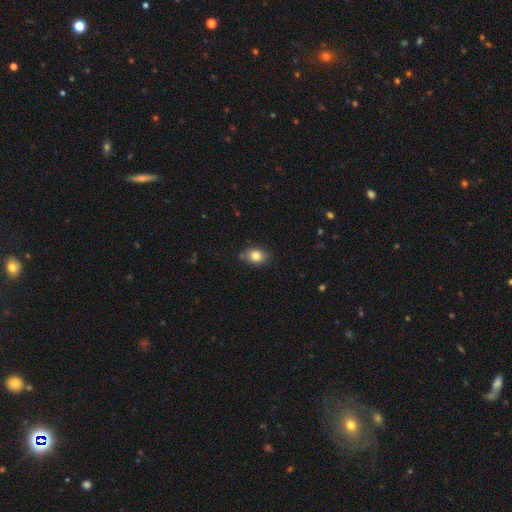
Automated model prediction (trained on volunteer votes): A smooth galaxy with no disk features (82%) that is in between round and cigar-shaped (59%).

Vote fractions:
- Smooth or featured? smooth: 82% / star or artifact: 10% / featured or disk: 8%
- How rounded? in between: 59% / round: 40% / cigar-shaped: 1%
- Merging? none: 79% / minor disturbance: 15% / merger: 3% / major disturbance: 3%